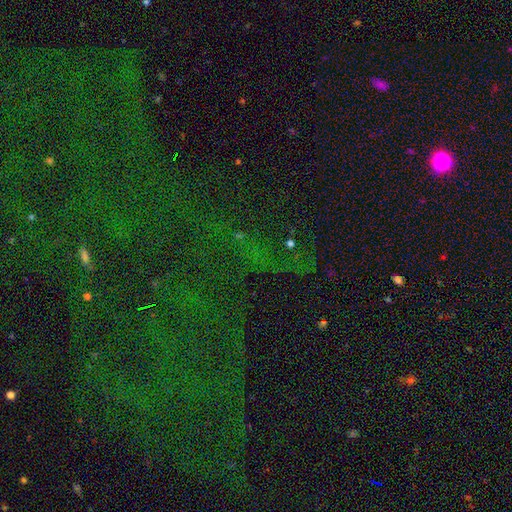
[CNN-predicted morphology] Smooth or featured: star or artifact — 80% (smooth — 11%)